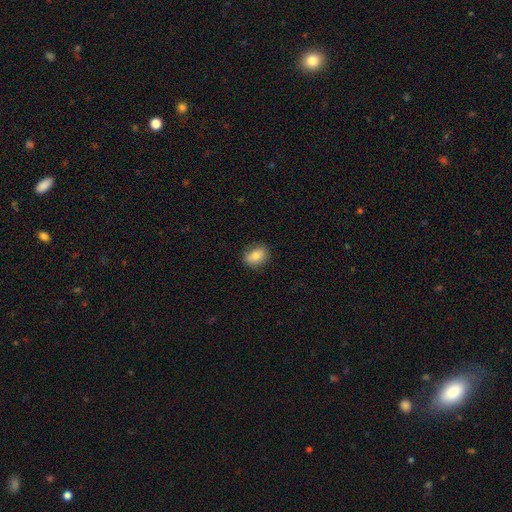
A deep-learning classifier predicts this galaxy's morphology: Smooth or featured? smooth (80%)
How rounded? in between (61%)
Merging? none (83%)